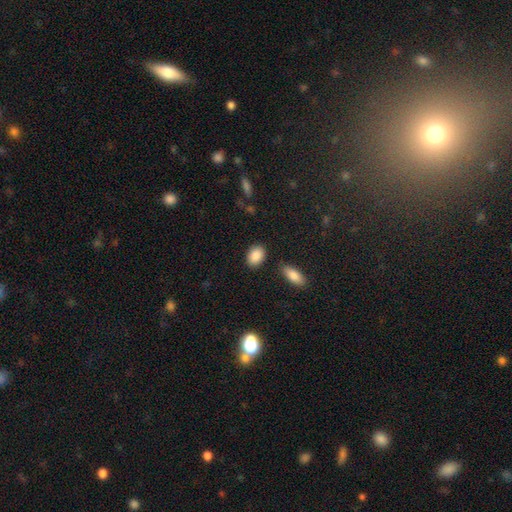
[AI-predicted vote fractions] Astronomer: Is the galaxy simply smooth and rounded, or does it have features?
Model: smooth — 89%.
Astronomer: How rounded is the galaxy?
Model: in between — 81%.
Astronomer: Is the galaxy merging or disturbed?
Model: none — 84%.